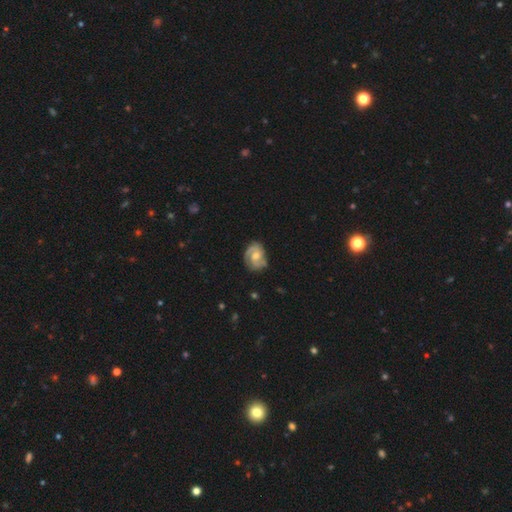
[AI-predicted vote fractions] The model was most divided on "spiral winding" (2-way tie): tight: 44%, medium: 44%, loose: 12%. More confident: edge-on disk — no (98%); spiral arms — yes (95%); smooth or featured — featured or disk (79%); spiral arm count — 2 (76%); merging — none (72%); bulge size — moderate (59%); bar — no (50%).